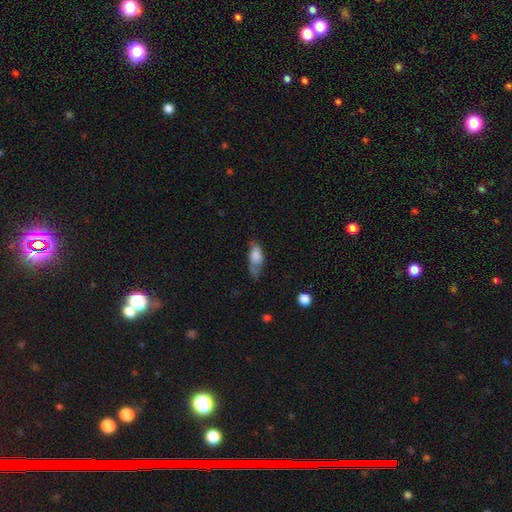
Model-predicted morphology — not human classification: A smooth galaxy with no disk features (72%) that is in between round and cigar-shaped (76%). Merging: none (39%).